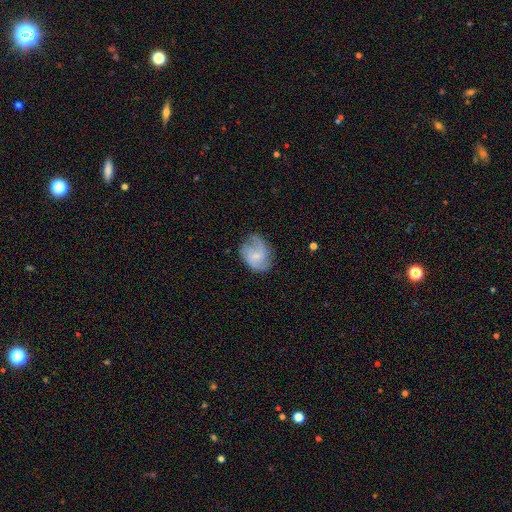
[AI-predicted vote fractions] smooth-or-featured: featured or disk: 60% | smooth: 33% | star or artifact: 7%
  disk-edge-on: no: 98% | yes: 2%
    bar: no: 53% | weak: 41% | strong: 6%
    has-spiral-arms: yes: 89% | no: 11%
      spiral-winding: medium: 45% | loose: 34% | tight: 21%
      spiral-arm-count: 2: 55% | can't tell: 18% | 3: 12% | 1: 10% | 4: 3% | more than 4: 3%
    bulge-size: small: 59% | moderate: 24% | none: 14% | large: 2% | dominant: 1%
  merging: none: 60% | minor disturbance: 27% | major disturbance: 12% | merger: 2%